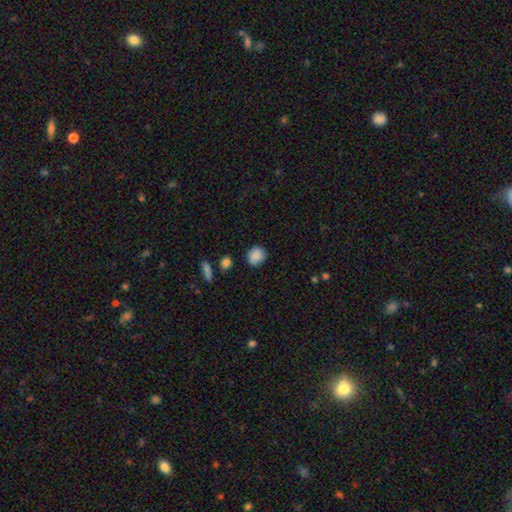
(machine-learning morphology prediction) Smooth or featured?
  - smooth: 87% *
  - star or artifact: 8%
  - featured or disk: 4%
How rounded?
  - round: 68% *
  - in between: 30%
  - cigar-shaped: 1%
Merging?
  - none: 83% *
  - minor disturbance: 12%
  - major disturbance: 3%
  - merger: 2%